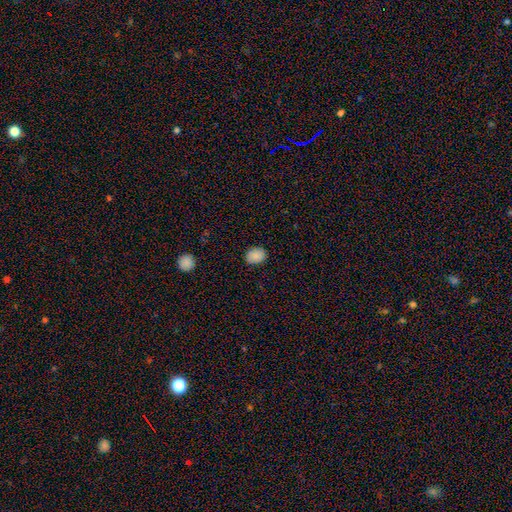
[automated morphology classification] smooth-or-featured: smooth: 86% | star or artifact: 9% | featured or disk: 5%
  how-rounded: round: 52% | in between: 47% | cigar-shaped: 1%
  merging: none: 86% | minor disturbance: 11% | major disturbance: 2% | merger: 1%